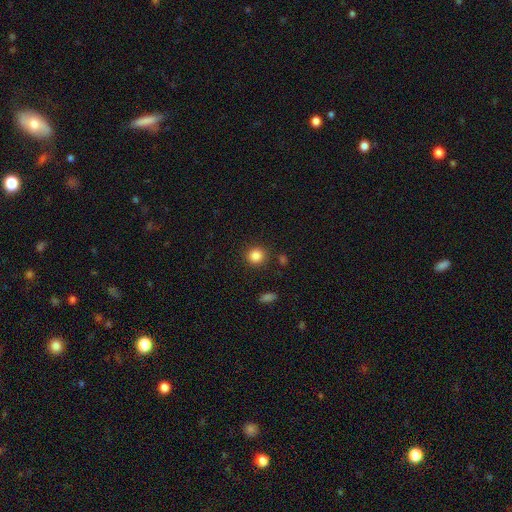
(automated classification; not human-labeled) Smooth or featured: smooth — 85% (star or artifact — 11%)
How rounded: round — 89% (in between — 10%)
Merging: none — 87% (minor disturbance — 7%)